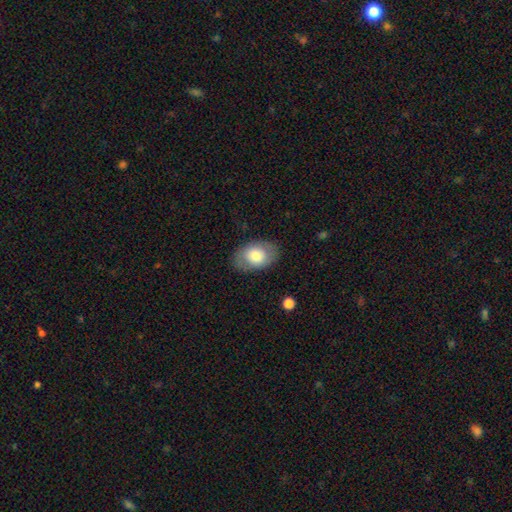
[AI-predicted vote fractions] The model was most divided on "smooth or featured": smooth: 75%, featured or disk: 19%, star or artifact: 6%. More confident: how rounded — in between (83%); merging — none (82%).